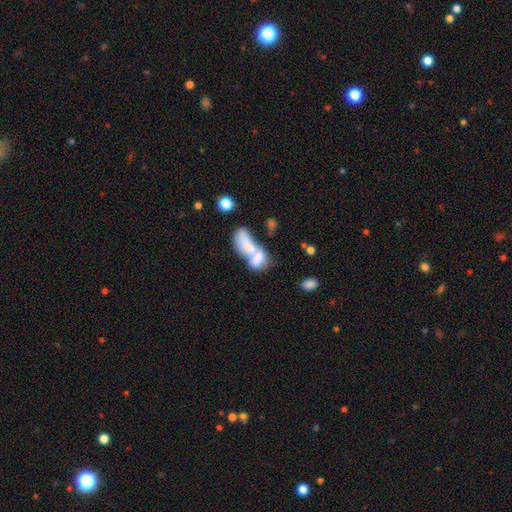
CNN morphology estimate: A smooth galaxy with no disk features (65%) that is in between round and cigar-shaped (86%).

Vote fractions:
- Smooth or featured? smooth: 65% / featured or disk: 26% / star or artifact: 8%
- How rounded? in between: 86% / round: 7% / cigar-shaped: 7%
- Merging? merger: 77% / none: 10% / major disturbance: 8% / minor disturbance: 6%